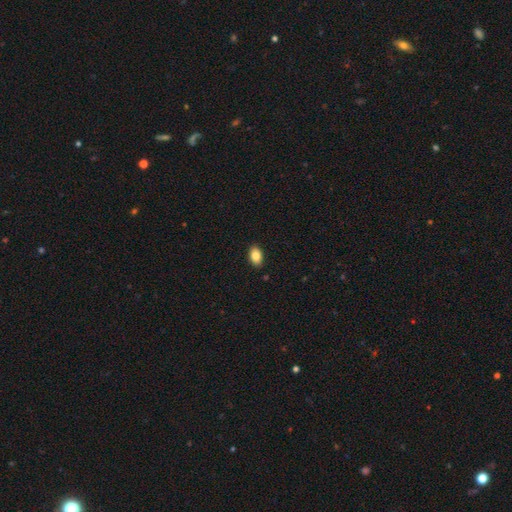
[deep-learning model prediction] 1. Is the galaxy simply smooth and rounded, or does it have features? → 84% smooth, 8% featured or disk, 8% star or artifact.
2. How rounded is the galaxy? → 89% in between, 10% round, 2% cigar-shaped.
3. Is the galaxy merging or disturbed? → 89% none, 8% minor disturbance, 2% major disturbance, 1% merger.